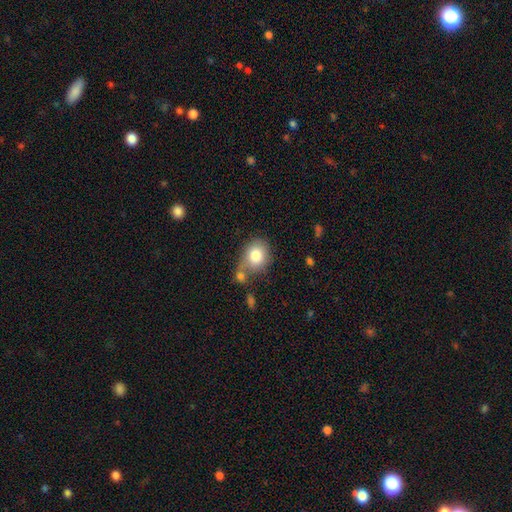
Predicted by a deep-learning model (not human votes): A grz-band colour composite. It shows a smooth galaxy with no disk features (81%) that is round (58%). Merging: none (49%).